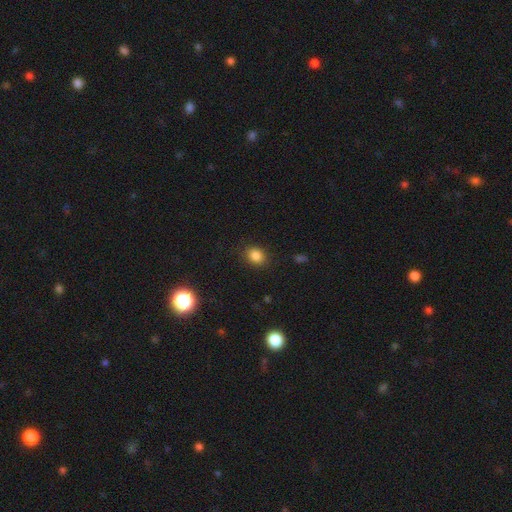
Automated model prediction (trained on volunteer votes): Q: Smooth or featured?
A: smooth (83%); runner-up: star or artifact (12%)
Q: How rounded?
A: round (53%); runner-up: in between (45%)
Q: Merging?
A: none (86%); runner-up: minor disturbance (10%)